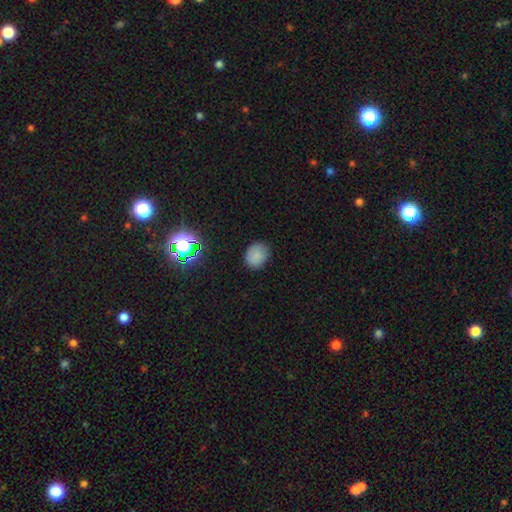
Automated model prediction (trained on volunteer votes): Morphology: type=smooth (80%); roundness=round (58%); merging=none (81%).